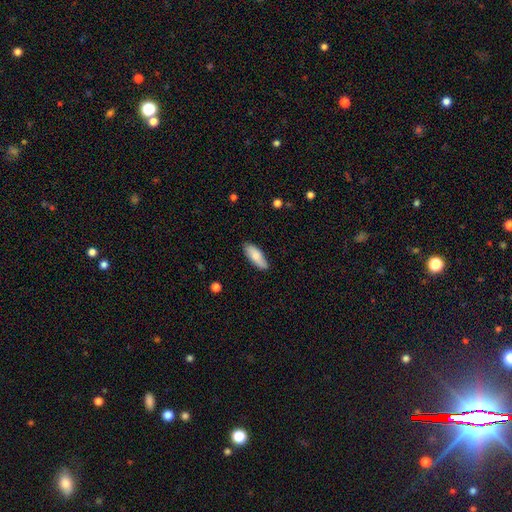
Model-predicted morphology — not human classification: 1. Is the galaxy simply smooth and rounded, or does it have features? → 82% smooth, 12% featured or disk, 6% star or artifact.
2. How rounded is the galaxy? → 69% in between, 29% cigar-shaped, 2% round.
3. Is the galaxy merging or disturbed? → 85% none, 12% minor disturbance, 2% major disturbance, 1% merger.